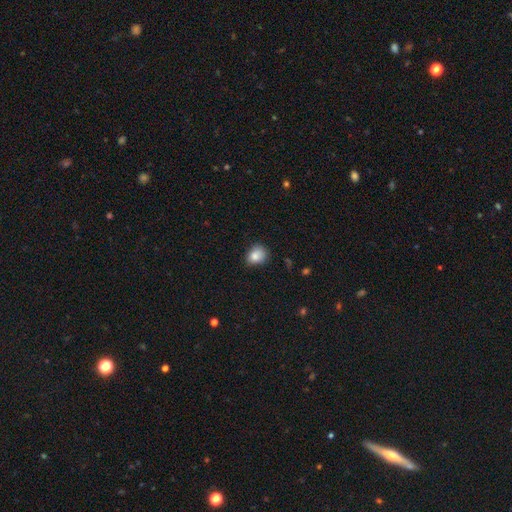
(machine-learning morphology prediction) A smooth galaxy with no disk features (85%) that is round (55%).

Vote fractions:
- Smooth or featured? smooth: 85% / star or artifact: 9% / featured or disk: 6%
- How rounded? round: 55% / in between: 44% / cigar-shaped: 1%
- Merging? none: 74% / minor disturbance: 21% / major disturbance: 4% / merger: 1%